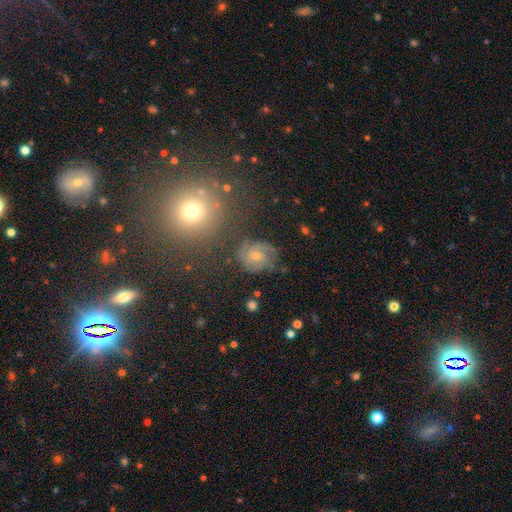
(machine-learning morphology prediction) Overall: featured or disk (74%). Edge-on disk: no (98%). Bar: no (64%; weak 31%). Spiral arms: yes (96%). Spiral arm count: 2 (35%; 3 31%). Spiral winding: tight (50%; medium 41%). Bulge size: small (50%; moderate 43%). Merging: none (72%).